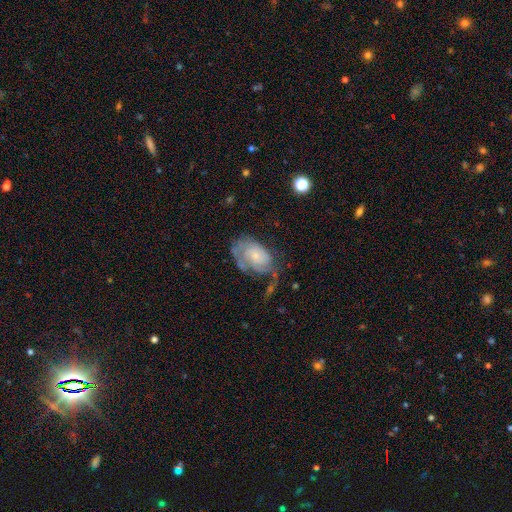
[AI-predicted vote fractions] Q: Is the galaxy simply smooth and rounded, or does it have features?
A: featured or disk — 65%.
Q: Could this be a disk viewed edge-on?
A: no — 97%.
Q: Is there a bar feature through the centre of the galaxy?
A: no — 77%.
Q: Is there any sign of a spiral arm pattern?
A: yes — 83%.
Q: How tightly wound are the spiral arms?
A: tight — 54%.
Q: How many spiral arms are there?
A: can't tell — 40%.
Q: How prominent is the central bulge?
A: small — 66%.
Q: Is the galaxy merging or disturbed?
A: none — 40%.